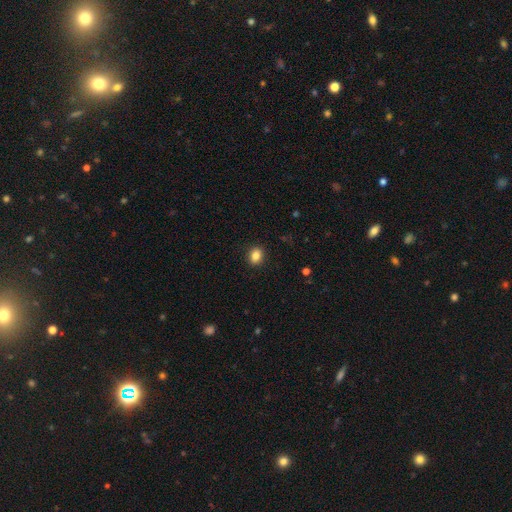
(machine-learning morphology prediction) A smooth galaxy with no disk features (85%) that is round (51%).

Vote fractions:
- Smooth or featured? smooth: 85% / star or artifact: 10% / featured or disk: 5%
- How rounded? round: 51% / in between: 48% / cigar-shaped: 1%
- Merging? none: 90% / minor disturbance: 7% / major disturbance: 2% / merger: 1%